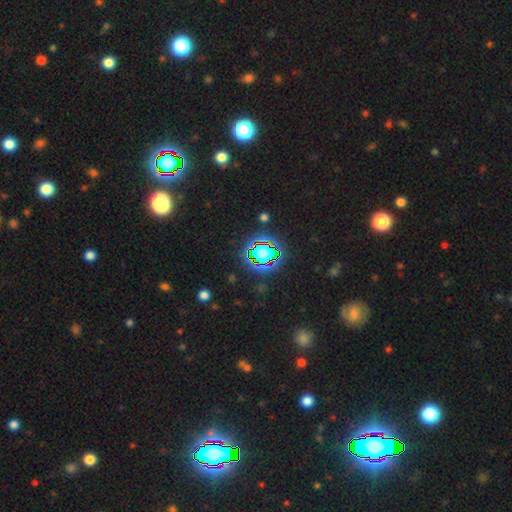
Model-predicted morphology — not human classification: The model was most divided on "smooth or featured": star or artifact: 79%, smooth: 13%, featured or disk: 7%.